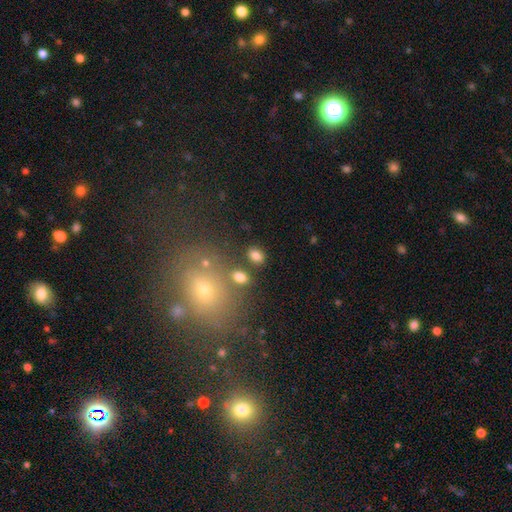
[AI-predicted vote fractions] The model was most divided on "how rounded": in between: 74%, round: 24%, cigar-shaped: 2%. More confident: smooth or featured — smooth (81%); merging — none (77%).